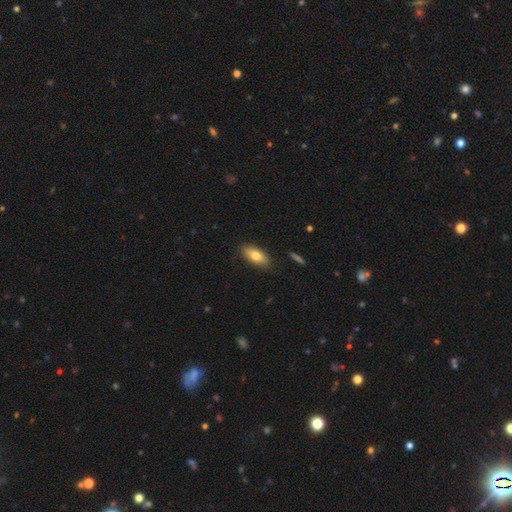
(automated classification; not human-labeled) smooth-or-featured: smooth: 76% | featured or disk: 17% | star or artifact: 7%
  how-rounded: in between: 82% | cigar-shaped: 15% | round: 3%
  merging: none: 86% | minor disturbance: 11% | major disturbance: 2% | merger: 1%